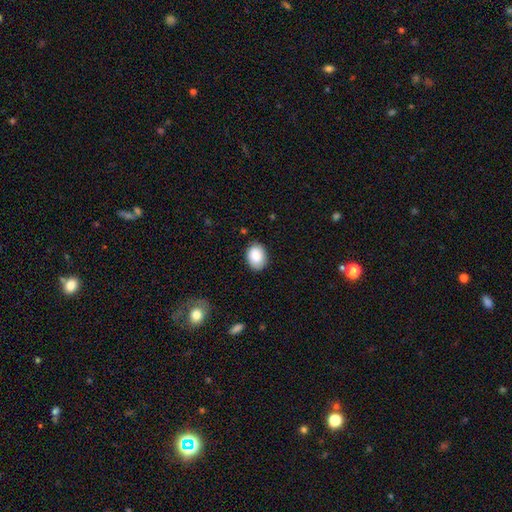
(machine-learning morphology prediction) Overall: smooth (88%). How rounded: in between (77%). Merging: none (82%).